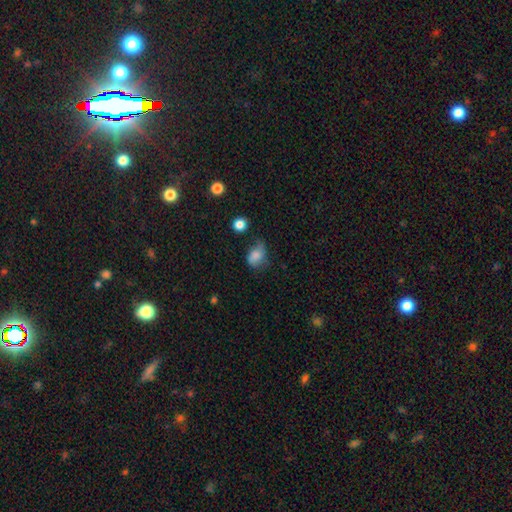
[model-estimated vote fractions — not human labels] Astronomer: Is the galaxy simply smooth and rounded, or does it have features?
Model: smooth — 77%.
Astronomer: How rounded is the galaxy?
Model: in between — 71%.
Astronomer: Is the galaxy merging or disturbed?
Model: none — 40% (runner-up: minor disturbance, 38%).